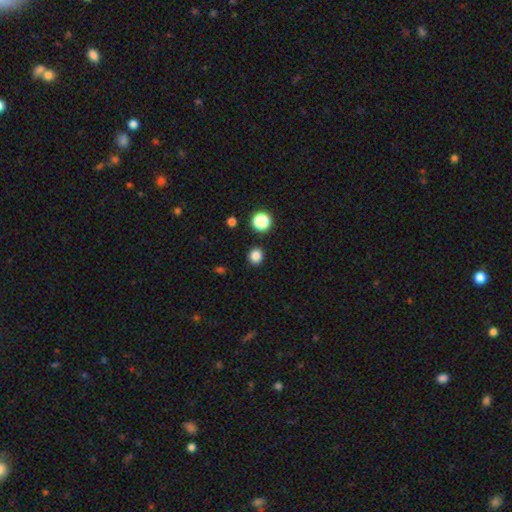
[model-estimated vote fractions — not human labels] Morphology: type=smooth (84%); roundness=round (87%); merging=none (90%).